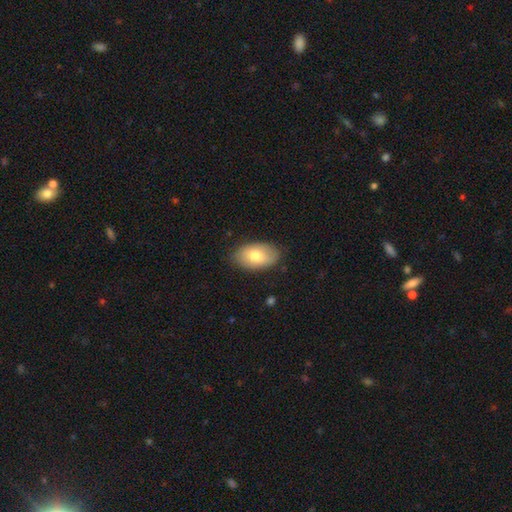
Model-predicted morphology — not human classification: The model was most divided on "smooth or featured": smooth: 77%, featured or disk: 17%, star or artifact: 6%. More confident: how rounded — in between (93%); merging — none (84%).